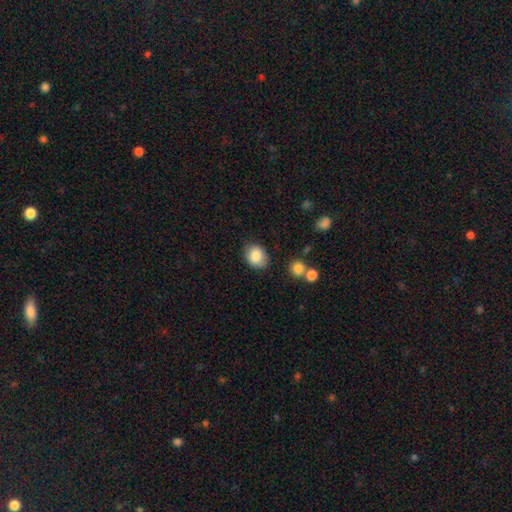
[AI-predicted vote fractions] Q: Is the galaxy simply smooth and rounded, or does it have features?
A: smooth — 85%.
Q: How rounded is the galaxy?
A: in between — 56%.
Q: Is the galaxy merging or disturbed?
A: none — 77%.